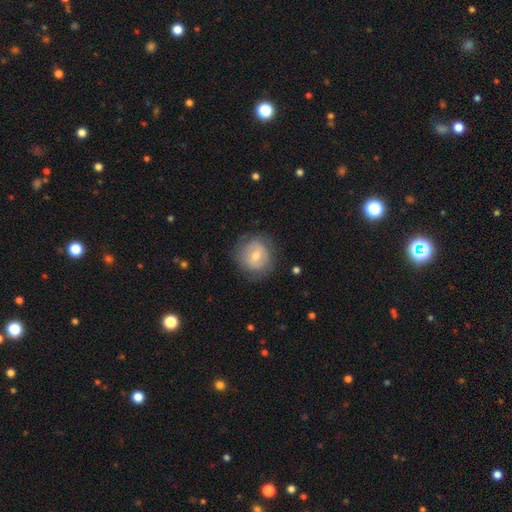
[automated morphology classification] smooth 55%, featured or disk 38%, star or artifact 7%. Down the decision tree: how rounded — round (86%); merging — none (74%).